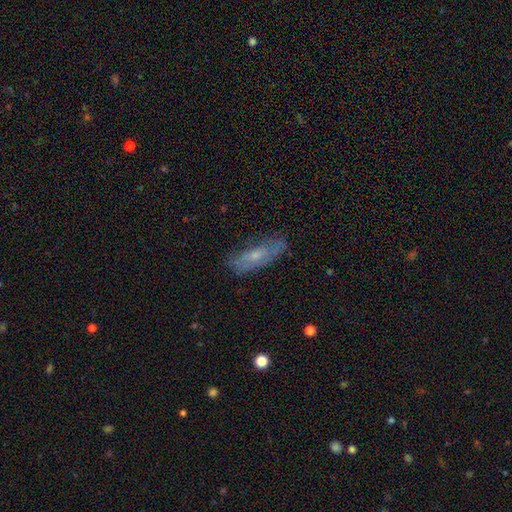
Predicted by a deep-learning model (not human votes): smooth_or_featured: smooth (p=0.49) [alt: featured or disk p=0.43]
merging: none (p=0.72) [alt: minor disturbance p=0.21]